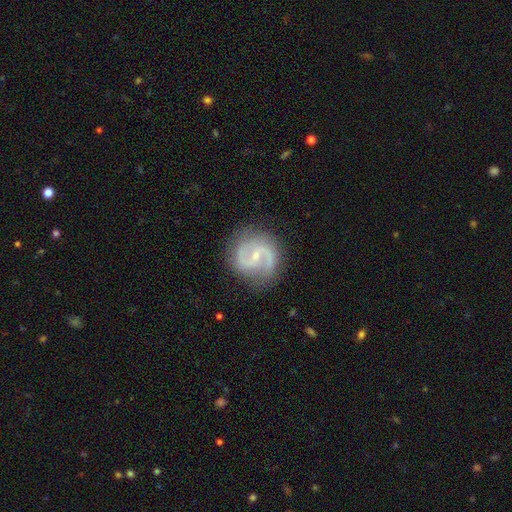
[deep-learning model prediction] A featured or disk galaxy (89%) with a weak bar (48%), 2 (92%) medium (58%) spiral arms (97%) and a small central bulge (71%).

Vote fractions:
- Smooth or featured? featured or disk: 89% / smooth: 6% / star or artifact: 5%
- Edge-on disk? no: 98% / yes: 2%
- Bar? weak: 48% / no: 33% / strong: 19%
- Spiral arms? yes: 97% / no: 3%
- Spiral winding? medium: 58% / loose: 24% / tight: 18%
- Spiral arm count? 2: 92% / can't tell: 2% / 1: 2% / 3: 2% / 4: 1% / more than 4: 1%
- Bulge size? small: 71% / moderate: 25% / none: 2% / large: 1% / dominant: 1%
- Merging? none: 82% / minor disturbance: 13% / major disturbance: 4% / merger: 1%